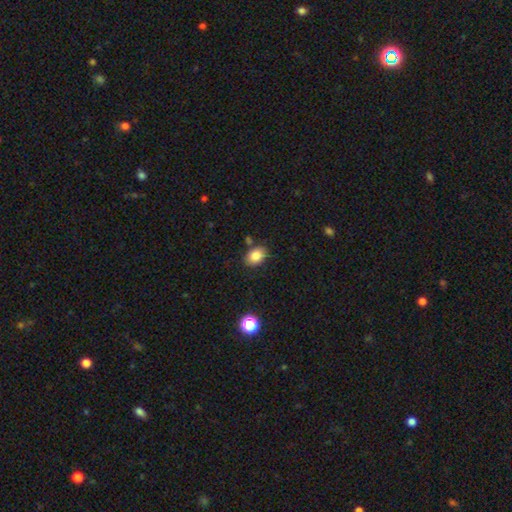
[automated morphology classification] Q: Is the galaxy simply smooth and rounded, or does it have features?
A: smooth — 85%.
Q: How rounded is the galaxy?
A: in between — 74%.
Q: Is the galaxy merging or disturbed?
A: none — 79%.